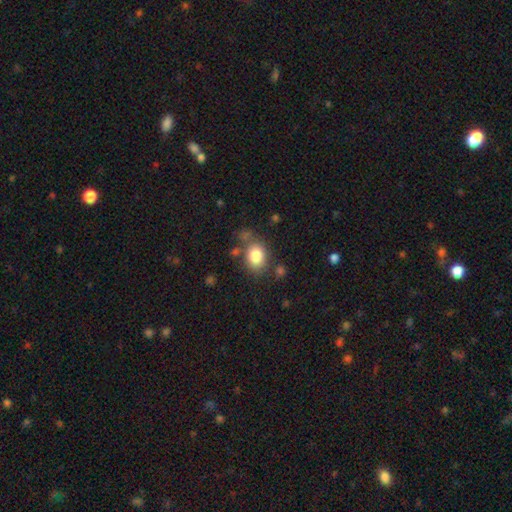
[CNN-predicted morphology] Smooth or featured?
  - smooth: 82% *
  - featured or disk: 9%
  - star or artifact: 9%
How rounded?
  - in between: 60% *
  - round: 39%
  - cigar-shaped: 1%
Merging?
  - none: 69% *
  - minor disturbance: 17%
  - merger: 8%
  - major disturbance: 7%